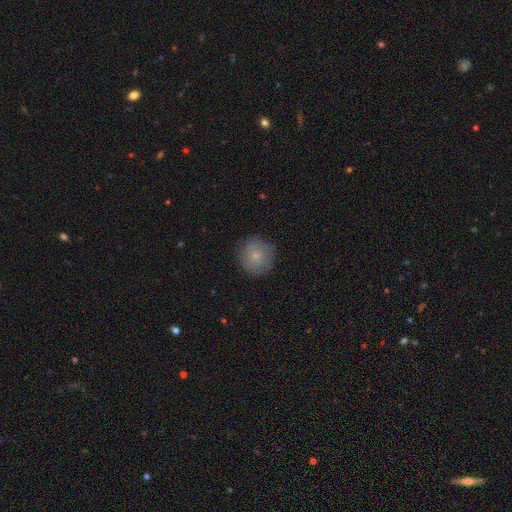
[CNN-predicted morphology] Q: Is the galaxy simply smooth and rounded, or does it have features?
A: smooth — 75%.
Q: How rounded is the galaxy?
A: round — 93%.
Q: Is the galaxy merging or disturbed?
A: none — 82%.